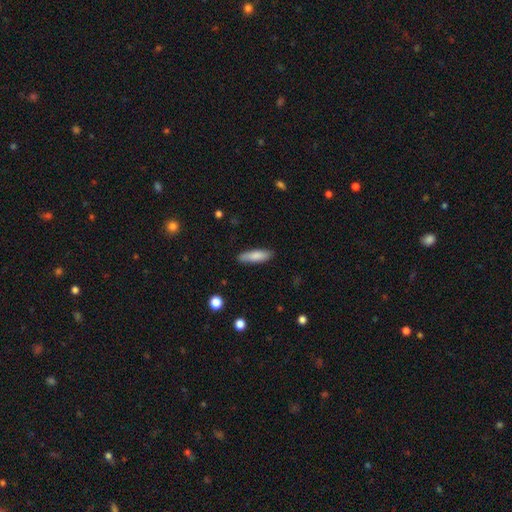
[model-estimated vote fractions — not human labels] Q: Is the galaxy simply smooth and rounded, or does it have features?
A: smooth — 82%.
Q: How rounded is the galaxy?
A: cigar-shaped — 60%.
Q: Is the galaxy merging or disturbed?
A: none — 85%.